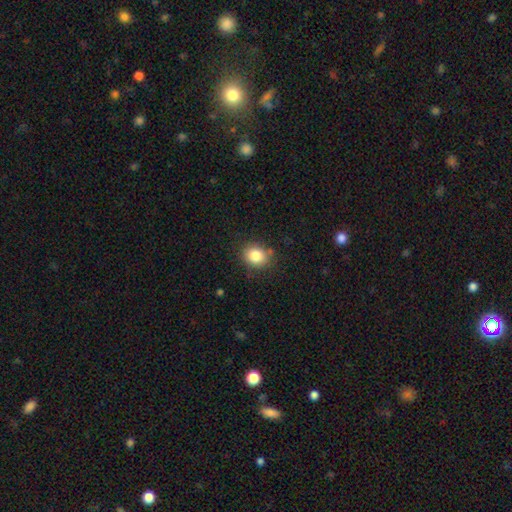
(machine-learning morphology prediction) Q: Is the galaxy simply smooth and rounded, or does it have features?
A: smooth — 84%.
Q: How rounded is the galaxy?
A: round — 64%.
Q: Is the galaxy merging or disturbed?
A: none — 82%.